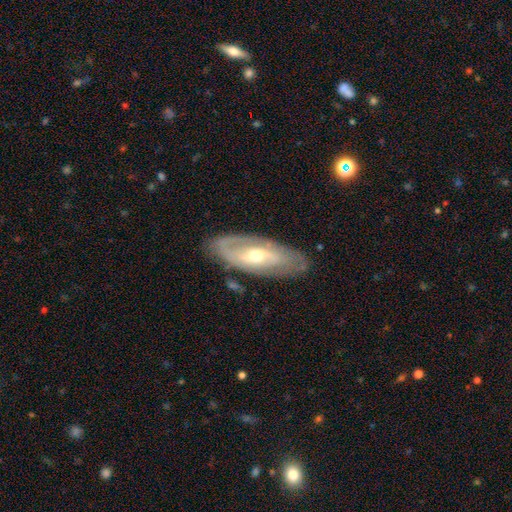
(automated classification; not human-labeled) smooth_or_featured: featured or disk (p=0.74) [alt: smooth p=0.21]
disk_edge_on: no (p=0.87) [alt: yes p=0.13]
bar: no (p=0.45) [alt: weak p=0.36]
has_spiral_arms: yes (p=0.73) [alt: no p=0.27]
bulge_size: moderate (p=0.58) [alt: small p=0.36]
merging: none (p=0.77) [alt: minor disturbance p=0.15]